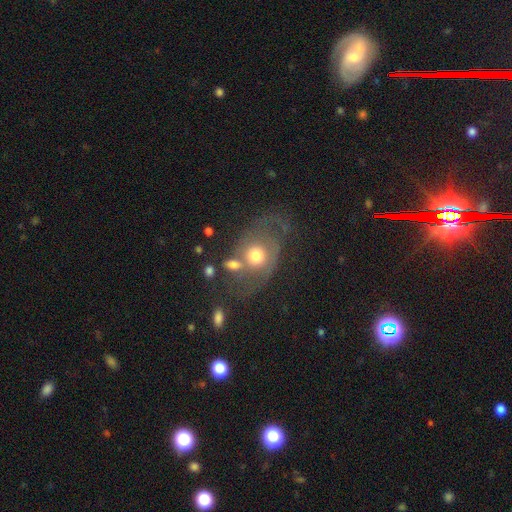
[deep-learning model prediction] A featured or disk galaxy (48%).

Vote fractions:
- Smooth or featured? featured or disk: 48% / smooth: 42% / star or artifact: 10%
- Merging? none: 37% / major disturbance: 22% / merger: 21% / minor disturbance: 19%